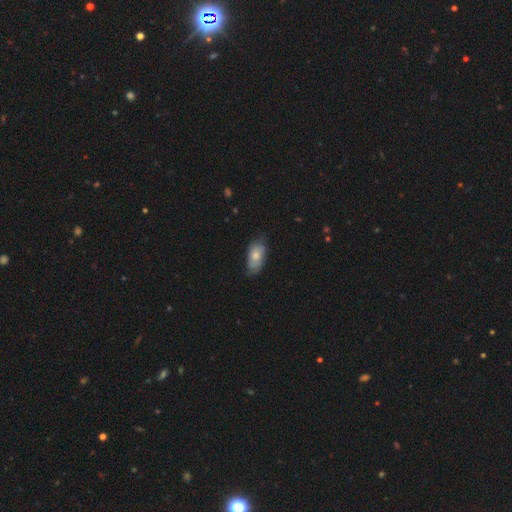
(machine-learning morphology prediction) smooth 63%, featured or disk 30%, star or artifact 7%. Down the decision tree: how rounded — in between (91%); merging — none (62%).